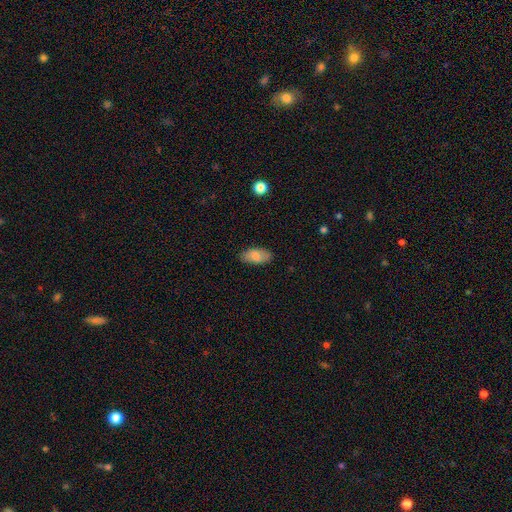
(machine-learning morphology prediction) smooth_or_featured: smooth (p=0.80) [alt: featured or disk p=0.13]
how_rounded: in between (p=0.92) [alt: cigar-shaped p=0.05]
merging: none (p=0.85) [alt: minor disturbance p=0.12]